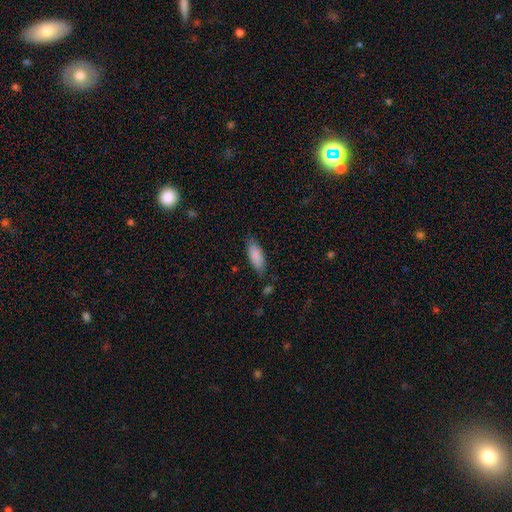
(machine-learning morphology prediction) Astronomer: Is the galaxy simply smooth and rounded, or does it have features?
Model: smooth — 87%.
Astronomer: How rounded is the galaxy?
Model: in between — 78%.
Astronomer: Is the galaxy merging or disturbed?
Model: none — 76%.